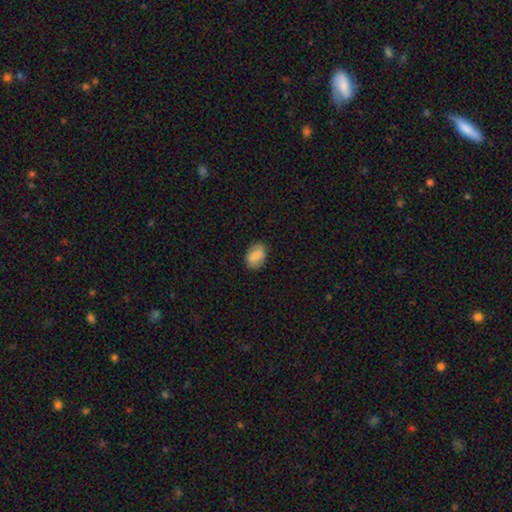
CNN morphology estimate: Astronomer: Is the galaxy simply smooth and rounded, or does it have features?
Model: smooth — 82%.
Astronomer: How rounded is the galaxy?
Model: in between — 79%.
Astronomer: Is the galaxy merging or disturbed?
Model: none — 83%.